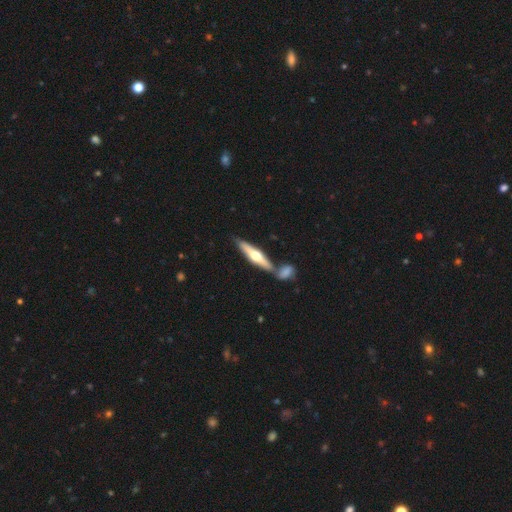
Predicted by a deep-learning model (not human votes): Smooth or featured? featured or disk (57%)
Edge-on disk? yes (93%)
Edge-on bulge? rounded (92%)
Merging? none (62%)